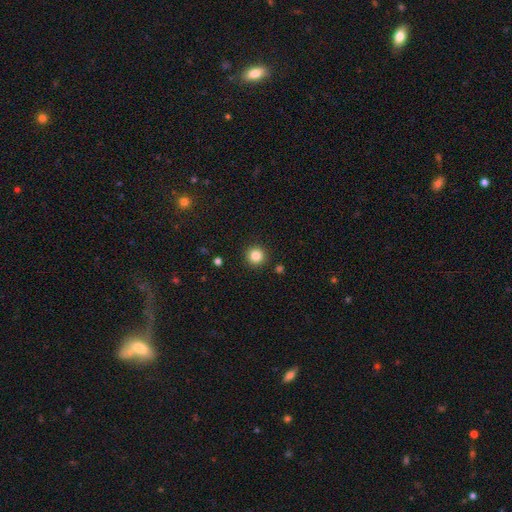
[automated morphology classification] A smooth galaxy with no disk features (85%) that is round (95%).

Vote fractions:
- Smooth or featured? smooth: 85% / star or artifact: 11% / featured or disk: 4%
- How rounded? round: 95% / in between: 4% / cigar-shaped: 1%
- Merging? none: 92% / minor disturbance: 5% / major disturbance: 2% / merger: 1%